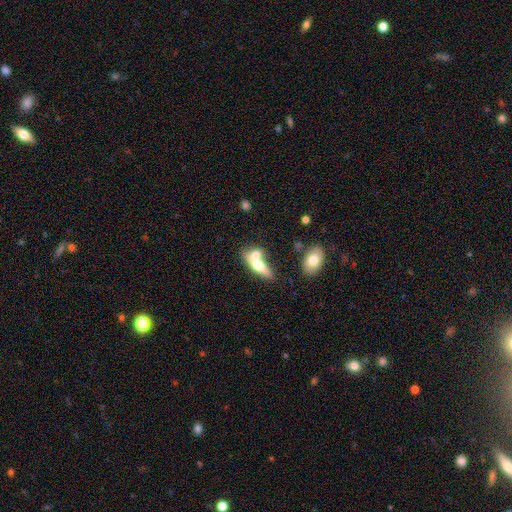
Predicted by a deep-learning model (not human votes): Smooth or featured?
  - smooth: 60% *
  - featured or disk: 34%
  - star or artifact: 7%
How rounded?
  - in between: 59% *
  - cigar-shaped: 31%
  - round: 10%
Merging?
  - merger: 58% *
  - none: 27%
  - minor disturbance: 9%
  - major disturbance: 6%